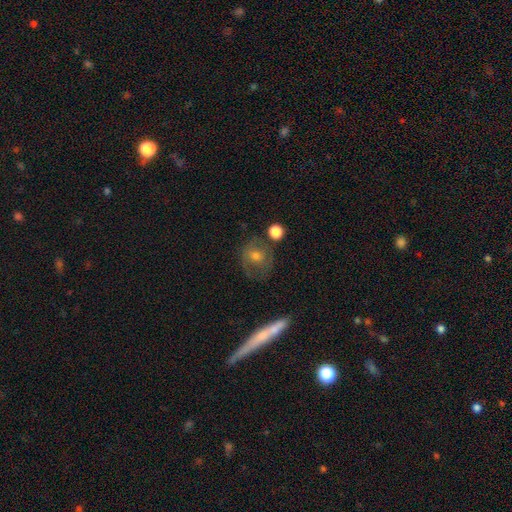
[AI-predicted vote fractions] Smooth or featured? smooth (57%)
How rounded? round (70%)
Merging? none (59%)